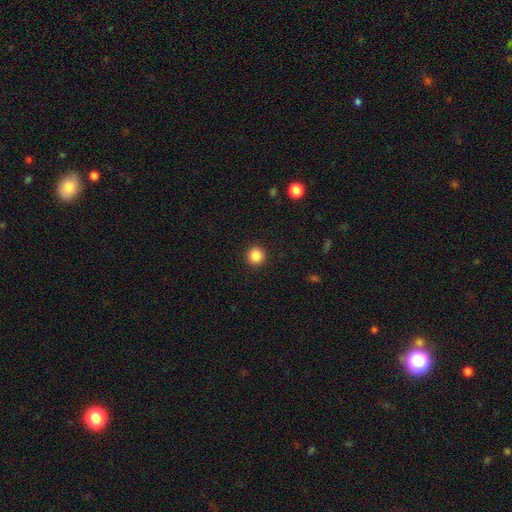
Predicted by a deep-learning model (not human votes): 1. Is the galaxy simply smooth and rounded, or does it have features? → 87% smooth, 10% star or artifact, 3% featured or disk.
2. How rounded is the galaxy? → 95% round, 4% in between, 1% cigar-shaped.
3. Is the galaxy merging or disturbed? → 93% none, 5% minor disturbance, 2% major disturbance, 1% merger.